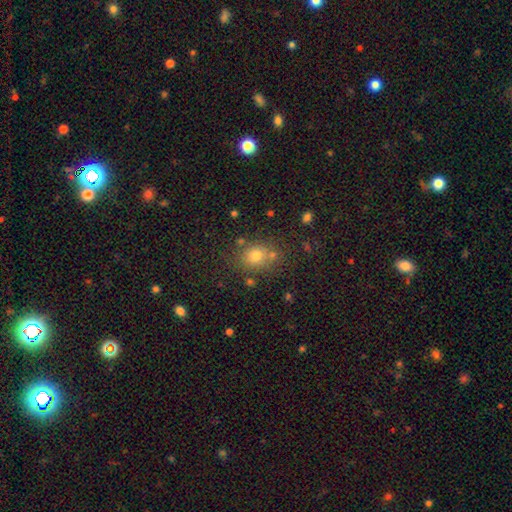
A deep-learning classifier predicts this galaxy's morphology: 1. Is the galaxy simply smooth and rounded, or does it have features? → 72% smooth, 17% star or artifact, 10% featured or disk.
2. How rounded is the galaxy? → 60% round, 39% in between, 1% cigar-shaped.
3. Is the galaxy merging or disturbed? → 70% none, 13% minor disturbance, 12% merger, 5% major disturbance.